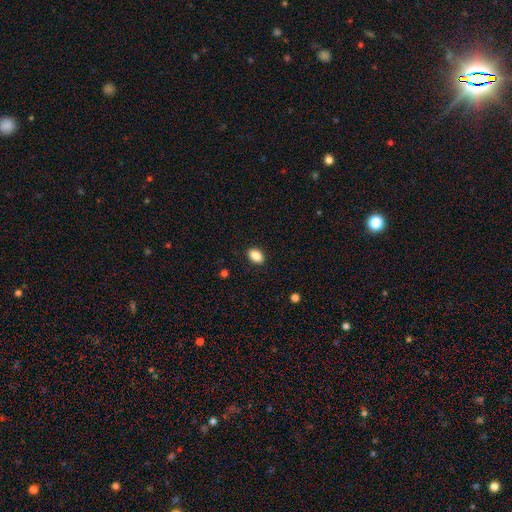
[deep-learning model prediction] Smooth or featured?
  - smooth: 87% *
  - star or artifact: 8%
  - featured or disk: 4%
How rounded?
  - in between: 86% *
  - round: 13%
  - cigar-shaped: 1%
Merging?
  - none: 90% *
  - minor disturbance: 8%
  - major disturbance: 2%
  - merger: 1%